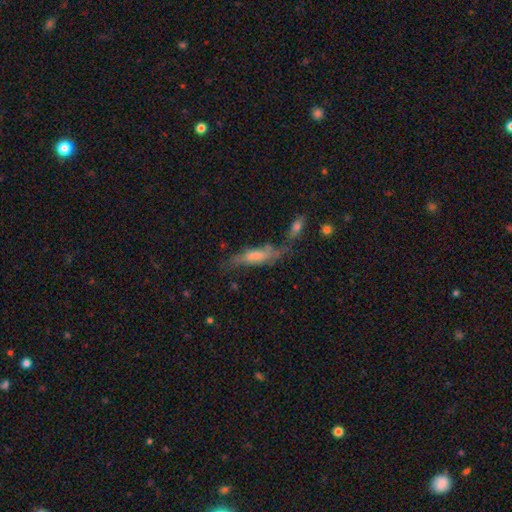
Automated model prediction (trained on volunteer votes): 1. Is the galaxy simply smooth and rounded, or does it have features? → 50% featured or disk, 39% smooth, 10% star or artifact.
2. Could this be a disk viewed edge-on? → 53% yes, 47% no.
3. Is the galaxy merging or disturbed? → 46% none, 22% minor disturbance, 16% merger, 15% major disturbance.